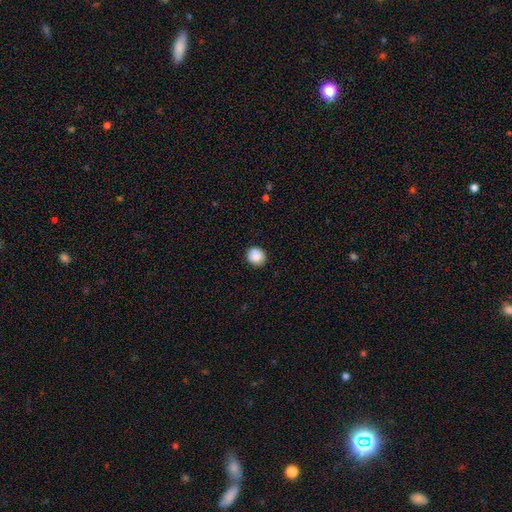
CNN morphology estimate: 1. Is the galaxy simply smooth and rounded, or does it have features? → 86% smooth, 9% star or artifact, 5% featured or disk.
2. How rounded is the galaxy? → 81% round, 18% in between, 1% cigar-shaped.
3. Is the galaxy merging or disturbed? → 85% none, 11% minor disturbance, 2% major disturbance, 2% merger.